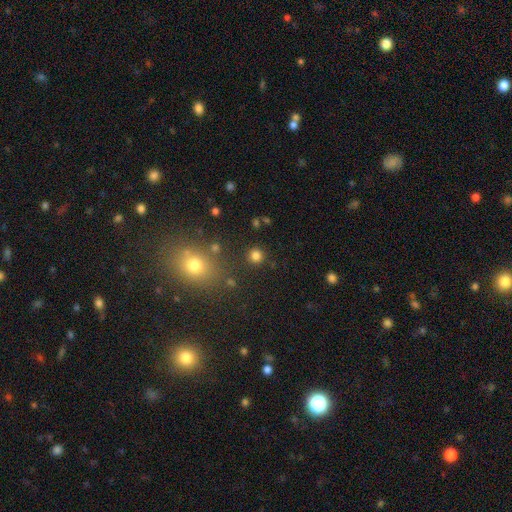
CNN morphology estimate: Q: Smooth or featured?
A: smooth (80%); runner-up: star or artifact (15%)
Q: How rounded?
A: round (93%); runner-up: in between (6%)
Q: Merging?
A: none (88%); runner-up: minor disturbance (6%)